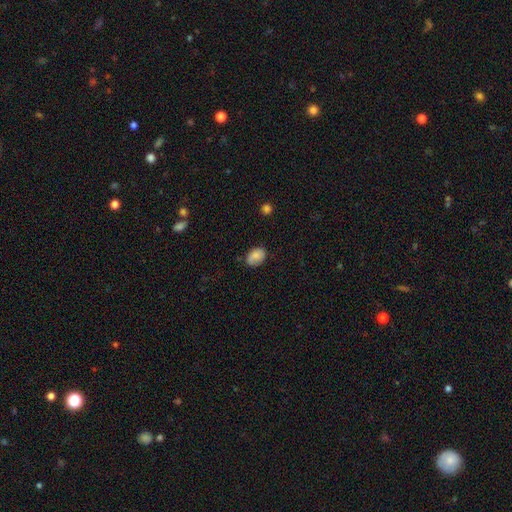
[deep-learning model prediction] Smooth or featured: smooth — 81% (featured or disk — 10%)
How rounded: in between — 84% (round — 15%)
Merging: none — 72% (minor disturbance — 22%)